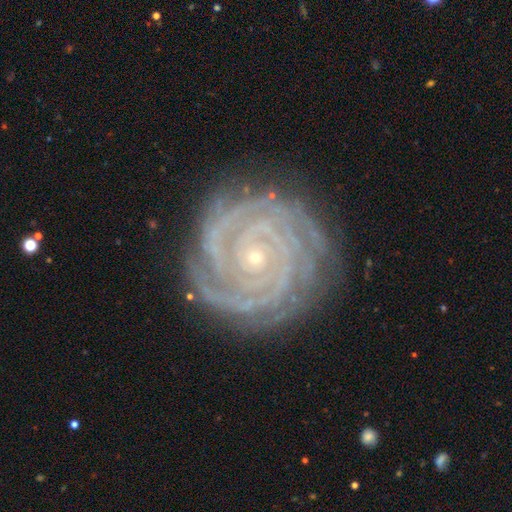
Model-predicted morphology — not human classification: Smooth or featured? featured or disk (92%)
Edge-on disk? no (98%)
Bar? no (77%)
Spiral arms? yes (99%)
Spiral winding? tight (90%)
Spiral arm count? 4 (23%, tied with 3)
Bulge size? small (87%)
Merging? none (83%)